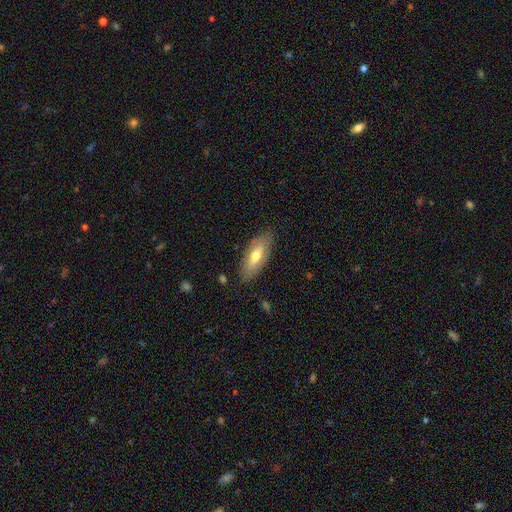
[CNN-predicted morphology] Q: Smooth or featured?
A: smooth (57%); runner-up: featured or disk (37%)
Q: How rounded?
A: in between (73%); runner-up: cigar-shaped (24%)
Q: Merging?
A: none (82%); runner-up: minor disturbance (13%)